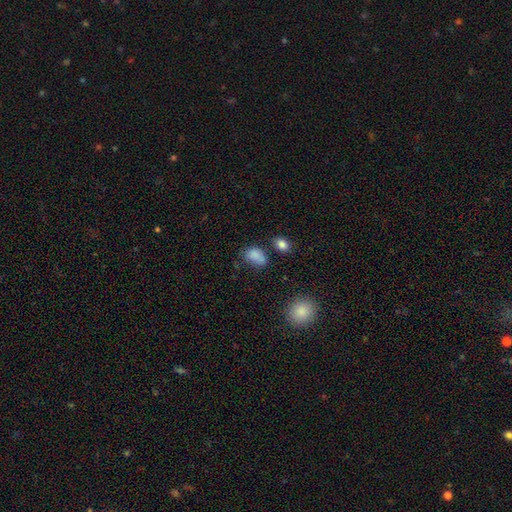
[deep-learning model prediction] This is clearly a smooth galaxy (82%). How rounded: clearly in between (81%). Merging: possibly none (49%).